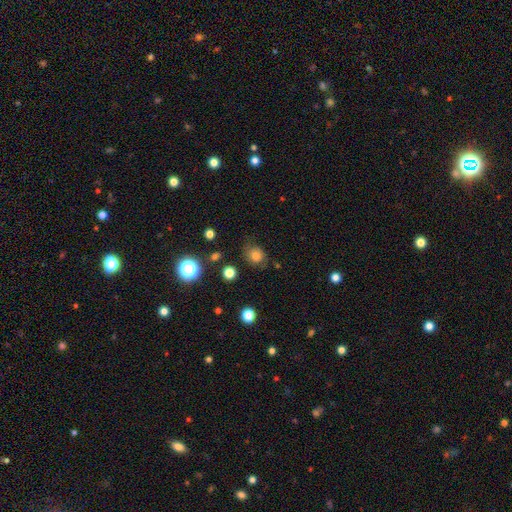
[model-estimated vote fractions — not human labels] This appears to be a smooth galaxy with no disk features (74%) that is round (76%). Merging: none (73%).